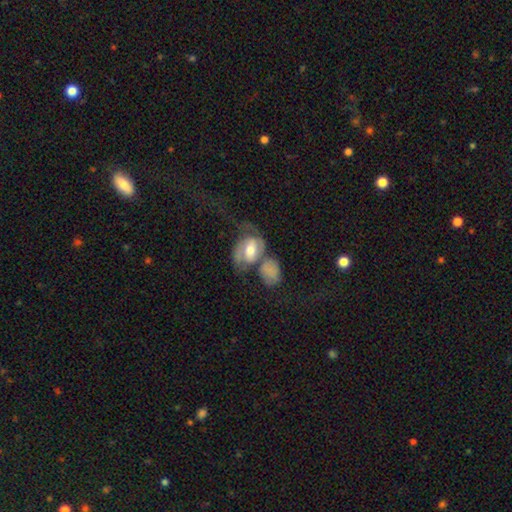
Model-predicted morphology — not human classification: This appears to be a featured or disk galaxy (42%). Merging: merger (59%).